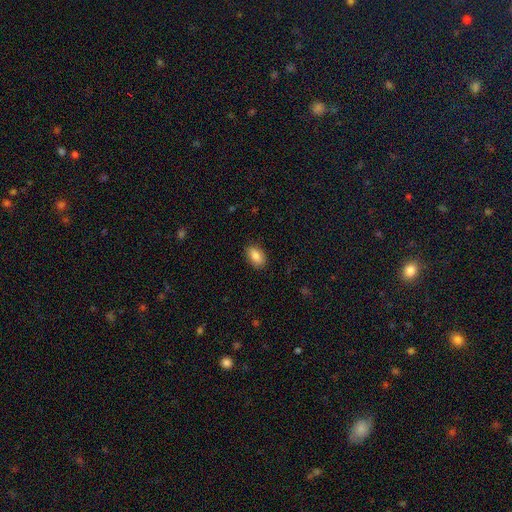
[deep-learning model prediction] This appears to be a smooth galaxy with no disk features (86%) that is in between round and cigar-shaped (91%). Merging: none (86%).